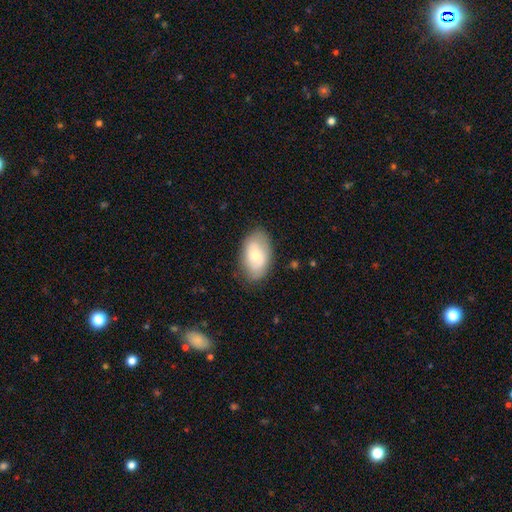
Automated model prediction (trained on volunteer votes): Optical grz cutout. It shows a smooth galaxy with no disk features (64%) that is in between round and cigar-shaped (92%). Merging: none (80%).